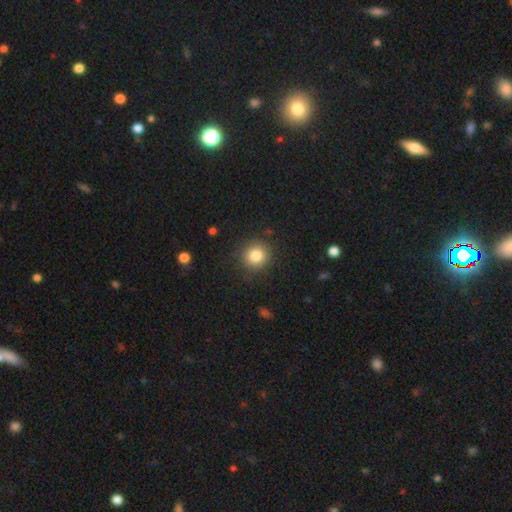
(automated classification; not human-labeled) Q: Smooth or featured?
A: smooth (83%); runner-up: star or artifact (11%)
Q: How rounded?
A: round (91%); runner-up: in between (9%)
Q: Merging?
A: none (88%); runner-up: minor disturbance (8%)